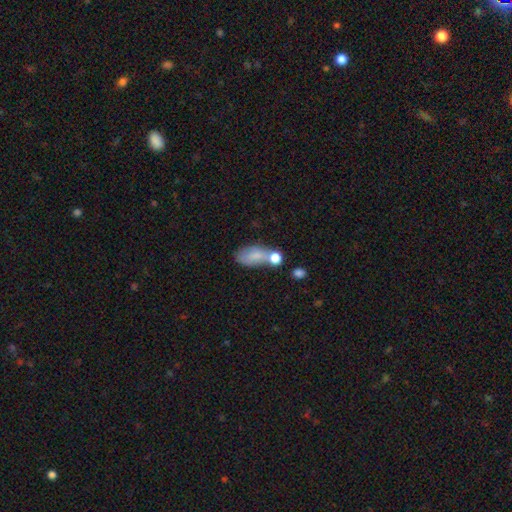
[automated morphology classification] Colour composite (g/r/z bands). It shows a smooth galaxy with no disk features (73%) that is in between round and cigar-shaped (87%). Merging: merger (34%, tied with none).